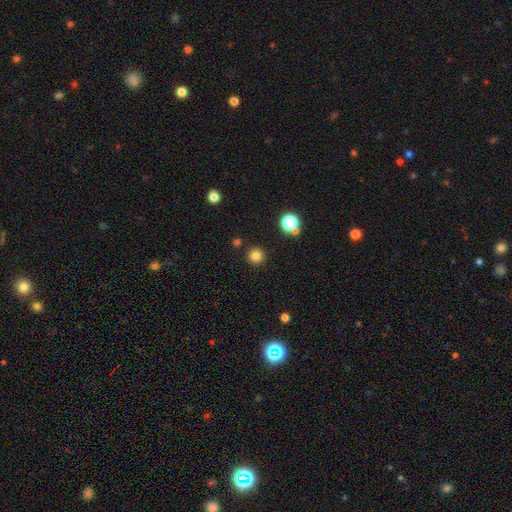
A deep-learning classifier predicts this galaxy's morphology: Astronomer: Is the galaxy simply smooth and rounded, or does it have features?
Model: smooth — 80%.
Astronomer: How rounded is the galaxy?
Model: round — 96%.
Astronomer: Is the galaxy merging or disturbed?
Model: none — 89%.